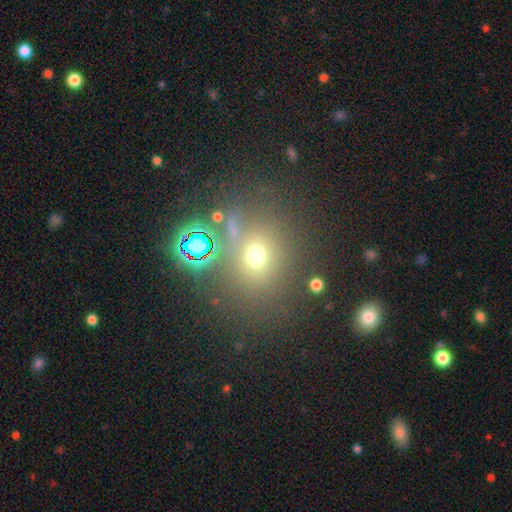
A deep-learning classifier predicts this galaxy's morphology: Smooth or featured? Predicted: smooth (p=0.62). How rounded? Predicted: round (p=0.75). Merging? Predicted: none (p=0.72).